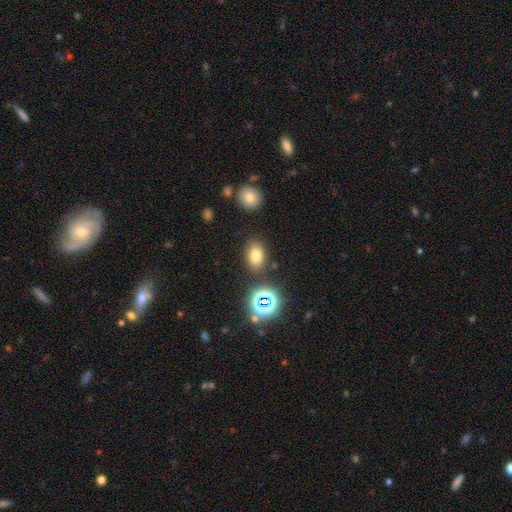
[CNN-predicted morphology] The model was most divided on "smooth or featured": smooth: 73%, star or artifact: 18%, featured or disk: 9%. More confident: merging — none (81%); how rounded — in between (80%).